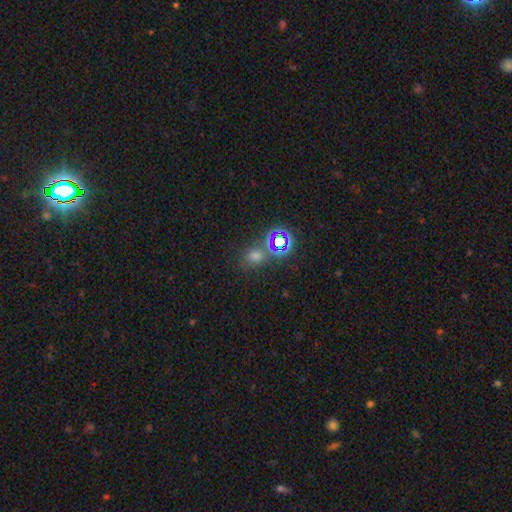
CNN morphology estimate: A smooth galaxy with no disk features (47%).

Vote fractions:
- Smooth or featured? smooth: 47% / star or artifact: 45% / featured or disk: 8%
- Merging? none: 65% / merger: 21% / minor disturbance: 9% / major disturbance: 5%